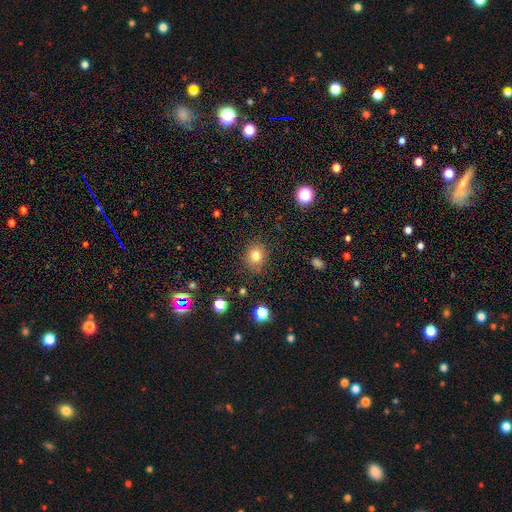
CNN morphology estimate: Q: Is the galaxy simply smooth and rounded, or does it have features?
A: smooth — 80%.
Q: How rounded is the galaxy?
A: round — 71%.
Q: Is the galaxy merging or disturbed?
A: none — 85%.